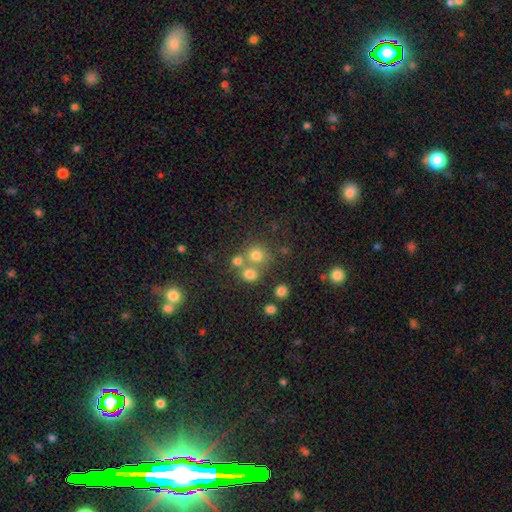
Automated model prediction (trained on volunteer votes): The model was most divided on "merging": none: 56%, merger: 31%, minor disturbance: 8%, major disturbance: 4%. More confident: how rounded — round (86%); smooth or featured — smooth (70%).